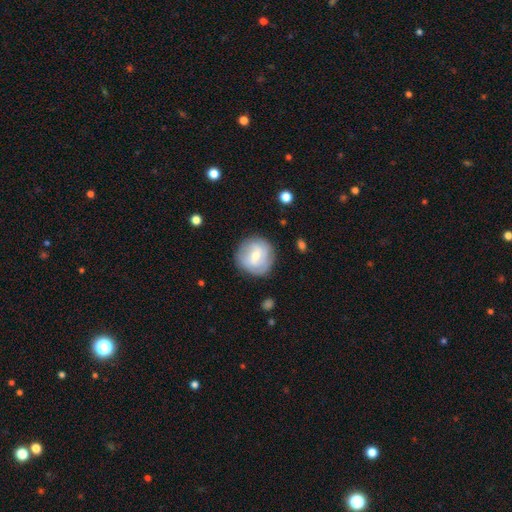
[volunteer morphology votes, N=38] A featured or disk galaxy (66%) with a weak bar (79%), 2 (43%) tight (62%) spiral arms (88%) and a moderate central bulge (62%).

Vote fractions:
- Smooth or featured? featured or disk: 66% / smooth: 32% / star or artifact: 3%
- Edge-on disk? no: 96% / yes: 4%
- Bar? weak: 79% / no: 17% / strong: 4%
- Spiral arms? yes: 88% / no: 12%
- Spiral winding? tight: 62% / medium: 29% / loose: 10%
- Spiral arm count? 2: 43% / can't tell: 29% / 3: 24% / 4: 5% / 1: 0% / more than 4: 0%
- Bulge size? moderate: 62% / small: 33% / none: 4% / dominant: 0% / large: 0%
- Merging? none: 89% / minor disturbance: 11% / major disturbance: 0% / merger: 0%